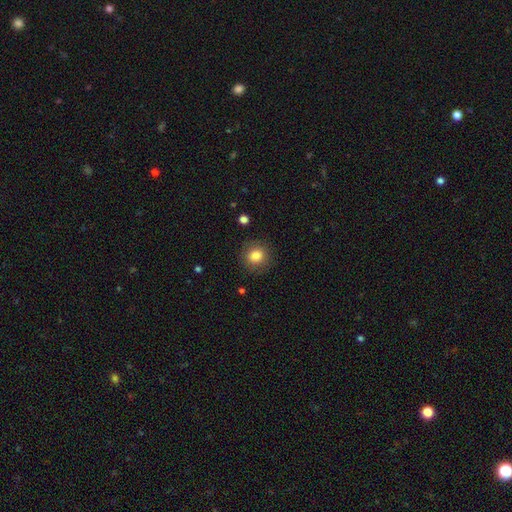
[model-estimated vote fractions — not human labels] smooth 83%, star or artifact 10%, featured or disk 6%. Down the decision tree: how rounded — round (87%); merging — none (88%).